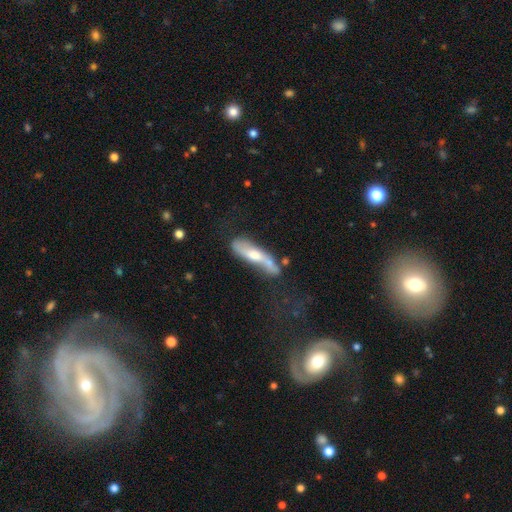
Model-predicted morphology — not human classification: smooth_or_featured: featured or disk (p=0.56) [alt: smooth p=0.36]
disk_edge_on: no (p=0.59) [alt: yes p=0.41]
merging: none (p=0.44) [alt: minor disturbance p=0.24]